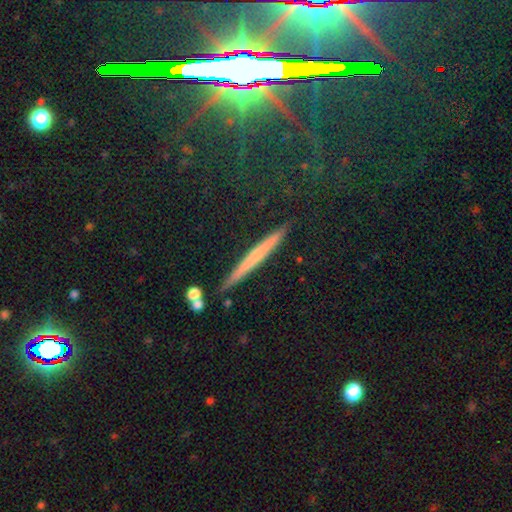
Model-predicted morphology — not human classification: This appears to be a smooth galaxy with no disk features (45%, tied with featured or disk). Merging: none (89%).